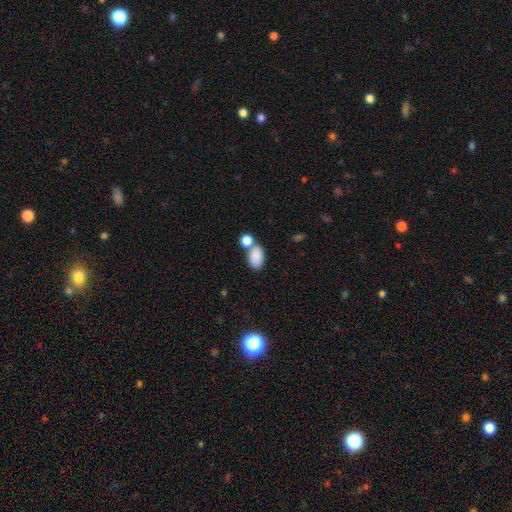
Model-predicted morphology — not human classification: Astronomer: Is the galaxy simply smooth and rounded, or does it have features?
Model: smooth — 86%.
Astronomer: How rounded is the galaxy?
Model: in between — 91%.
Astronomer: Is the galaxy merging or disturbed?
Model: none — 53% (runner-up: merger, 30%).